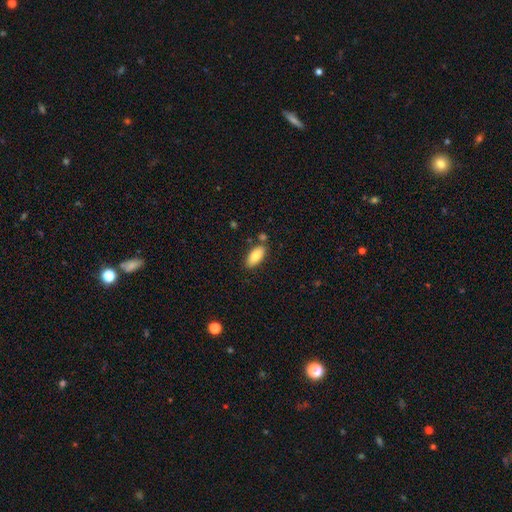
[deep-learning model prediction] Smooth or featured?
  - smooth: 85% *
  - featured or disk: 9%
  - star or artifact: 6%
How rounded?
  - in between: 88% *
  - cigar-shaped: 10%
  - round: 2%
Merging?
  - none: 81% *
  - minor disturbance: 11%
  - merger: 6%
  - major disturbance: 2%